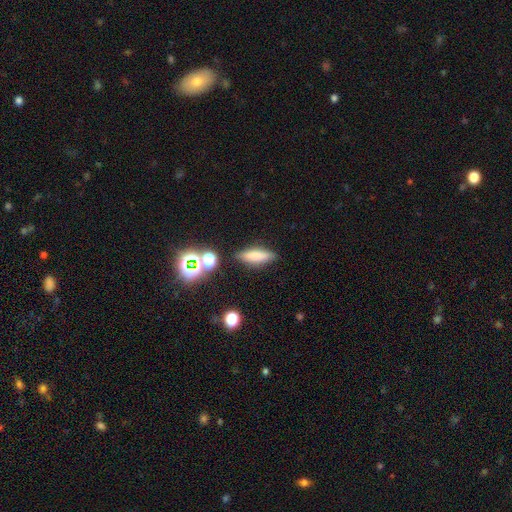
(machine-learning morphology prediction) A smooth galaxy with no disk features (72%) that is cigar-shaped (55%). Merging: none (81%).